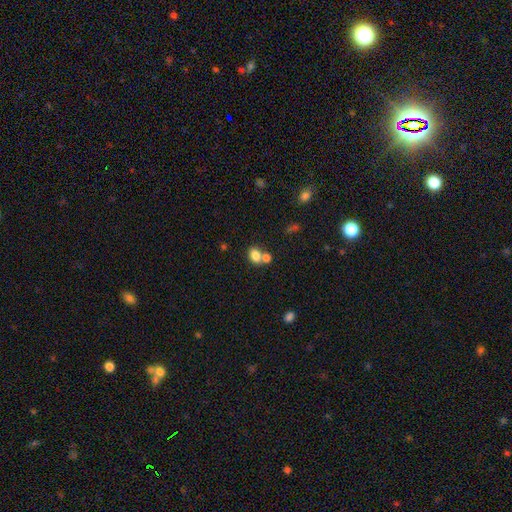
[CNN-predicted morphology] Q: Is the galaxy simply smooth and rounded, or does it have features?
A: smooth — 80%.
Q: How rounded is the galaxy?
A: in between — 59%.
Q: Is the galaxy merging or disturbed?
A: none — 45%.